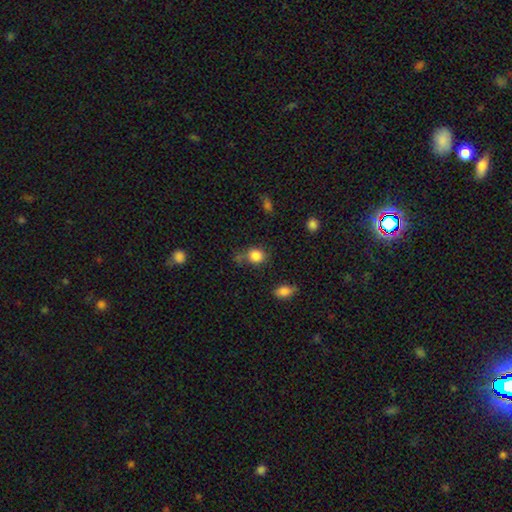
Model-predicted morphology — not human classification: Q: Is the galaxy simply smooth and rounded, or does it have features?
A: smooth — 84%.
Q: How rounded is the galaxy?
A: round — 70%.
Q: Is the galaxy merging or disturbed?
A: none — 62%.